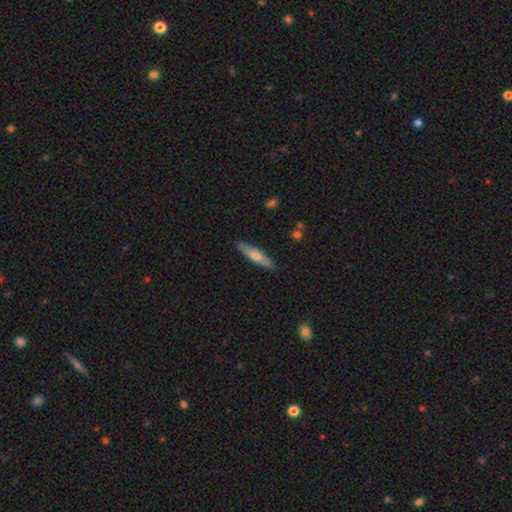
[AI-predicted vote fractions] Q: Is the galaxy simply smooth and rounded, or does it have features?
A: smooth — 56%.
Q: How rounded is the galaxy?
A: cigar-shaped — 82%.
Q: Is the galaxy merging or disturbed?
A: none — 87%.